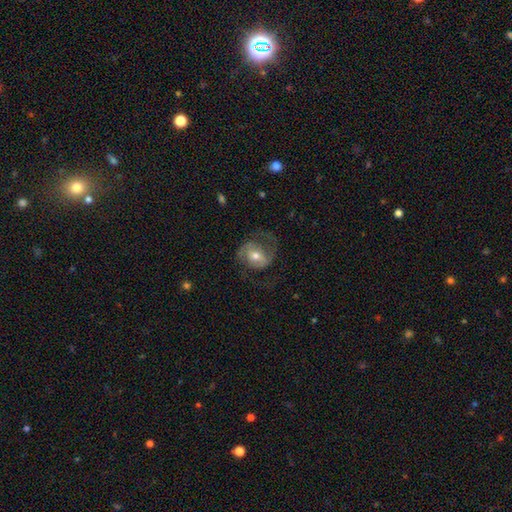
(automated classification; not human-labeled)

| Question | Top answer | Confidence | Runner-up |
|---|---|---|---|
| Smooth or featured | featured or disk | 72% | smooth (21%) |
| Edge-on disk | no | 97% | yes (3%) |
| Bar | weak | 42% | no (37%) |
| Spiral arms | yes | 86% | no (14%) |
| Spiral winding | medium | 49% | loose (34%) |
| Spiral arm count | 2 | 83% | can't tell (7%) |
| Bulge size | moderate | 67% | small (24%) |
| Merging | none | 59% | major disturbance (23%) |